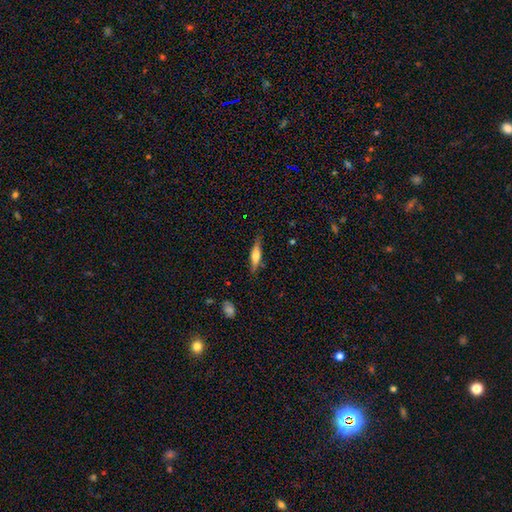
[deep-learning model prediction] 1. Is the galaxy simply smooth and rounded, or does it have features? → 49% smooth, 44% featured or disk, 6% star or artifact.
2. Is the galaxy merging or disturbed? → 84% none, 12% minor disturbance, 3% major disturbance, 1% merger.